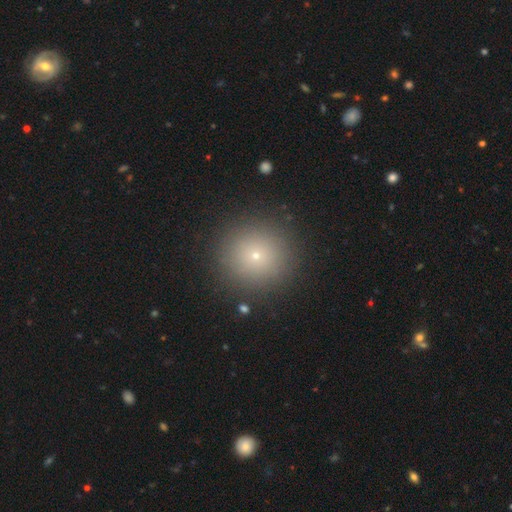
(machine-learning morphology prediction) The model was most divided on "smooth or featured": smooth: 71%, star or artifact: 19%, featured or disk: 10%. More confident: how rounded — round (94%); merging — none (91%).